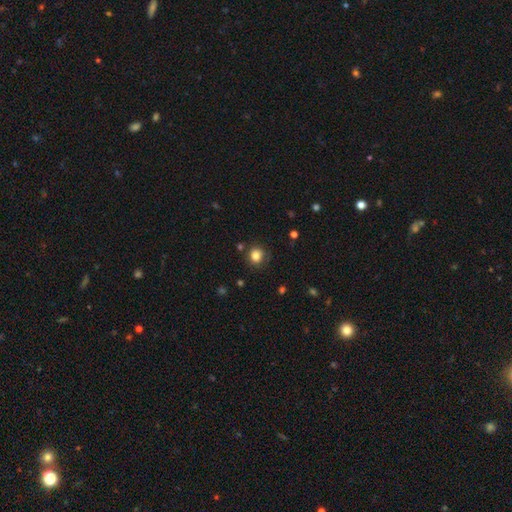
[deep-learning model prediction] Smooth or featured? Predicted: smooth (p=0.82). How rounded? Predicted: round (p=0.85). Merging? Predicted: none (p=0.83).